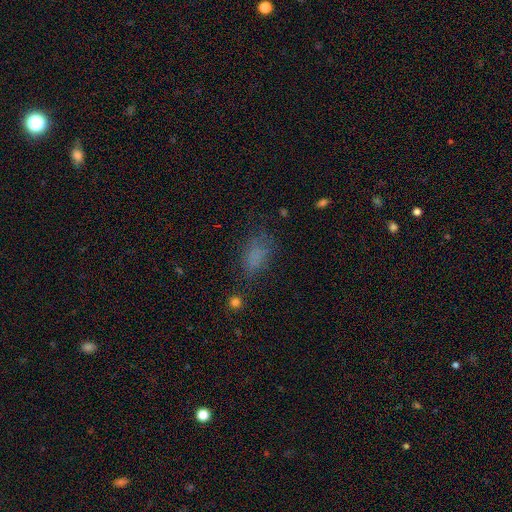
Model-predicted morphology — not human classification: Smooth or featured: smooth — 70% (star or artifact — 18%)
How rounded: in between — 83% (round — 11%)
Merging: none — 57% (minor disturbance — 23%)